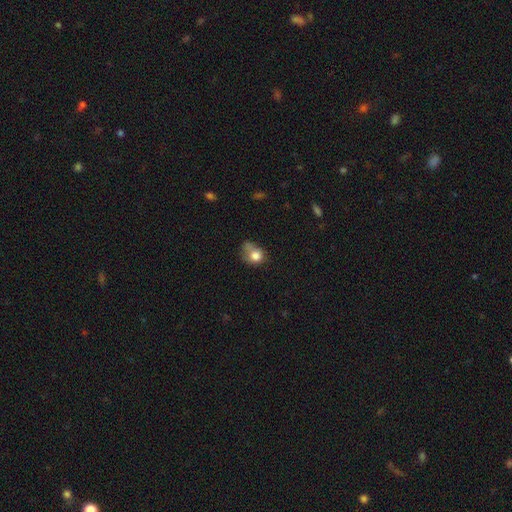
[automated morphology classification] smooth_or_featured: smooth (p=0.78) [alt: featured or disk p=0.11]
how_rounded: round (p=0.64) [alt: in between p=0.35]
merging: none (p=0.35) [alt: minor disturbance p=0.28]